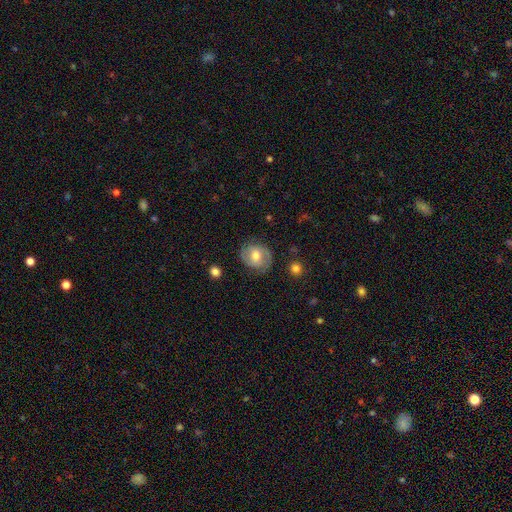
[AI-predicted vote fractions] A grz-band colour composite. It shows a featured or disk galaxy (51%). Merging: none (77%).